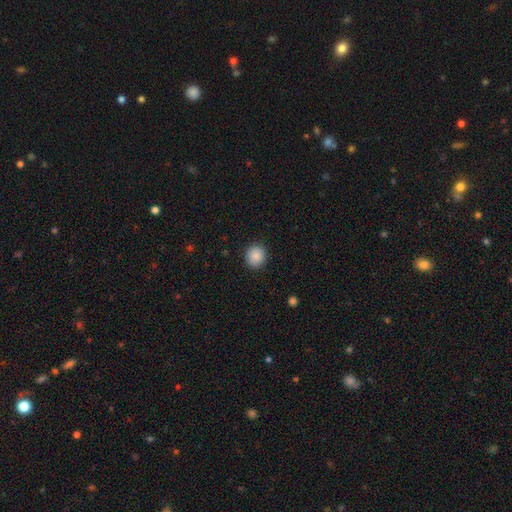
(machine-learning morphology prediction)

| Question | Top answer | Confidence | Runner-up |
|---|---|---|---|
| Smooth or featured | smooth | 88% | star or artifact (8%) |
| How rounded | round | 85% | in between (14%) |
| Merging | none | 90% | minor disturbance (7%) |